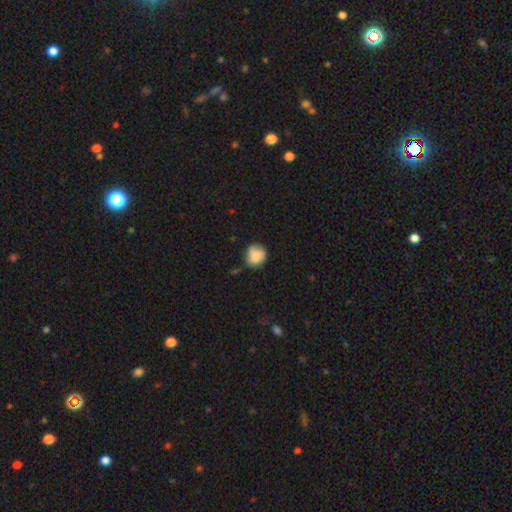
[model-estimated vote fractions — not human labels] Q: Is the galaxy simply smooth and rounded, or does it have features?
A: smooth — 77%.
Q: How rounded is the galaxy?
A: round — 80%.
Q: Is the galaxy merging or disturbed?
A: none — 57%.